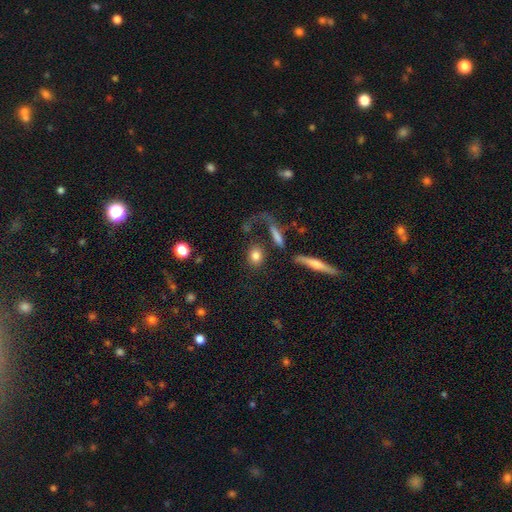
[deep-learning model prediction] The model was most divided on "how rounded": in between: 48%, round: 47%, cigar-shaped: 5%. More confident: smooth or featured — smooth (80%); merging — none (71%).